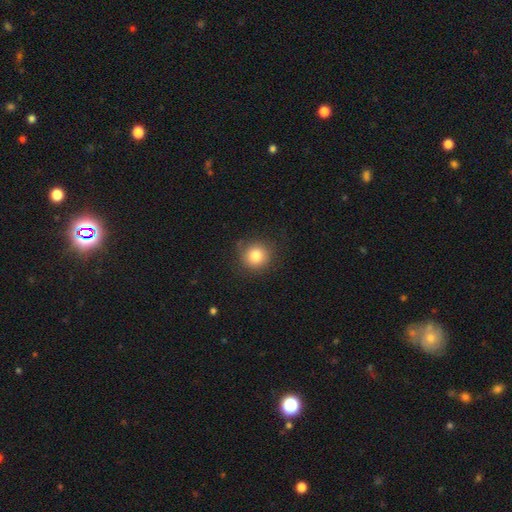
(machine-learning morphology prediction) smooth_or_featured: smooth (p=0.82) [alt: star or artifact p=0.10]
how_rounded: round (p=0.92) [alt: in between p=0.07]
merging: none (p=0.79) [alt: minor disturbance p=0.15]